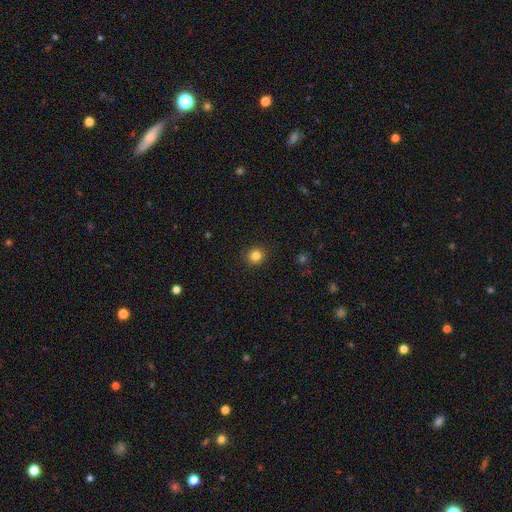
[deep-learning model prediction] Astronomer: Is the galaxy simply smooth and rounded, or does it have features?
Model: smooth — 83%.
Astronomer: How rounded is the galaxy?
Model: round — 90%.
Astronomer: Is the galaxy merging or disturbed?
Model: none — 92%.